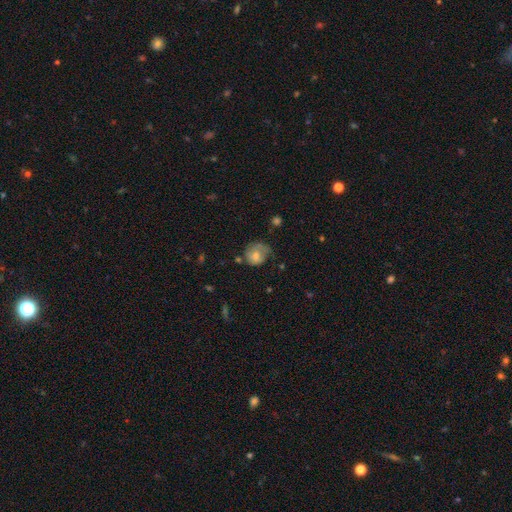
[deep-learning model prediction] Smooth or featured? smooth (62%)
How rounded? round (70%)
Merging? none (46%)